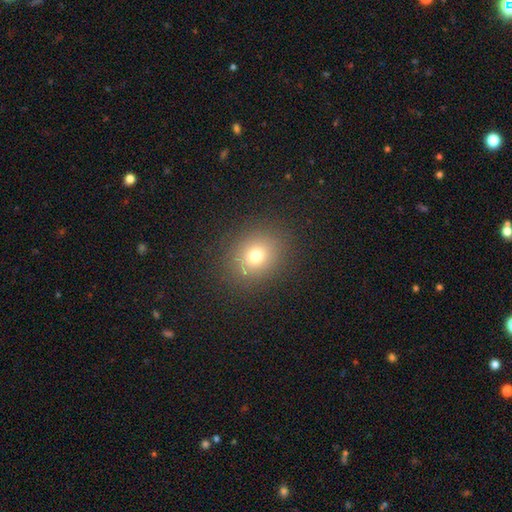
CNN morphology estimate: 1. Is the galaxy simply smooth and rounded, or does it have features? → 74% smooth, 16% star or artifact, 10% featured or disk.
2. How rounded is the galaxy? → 64% round, 35% in between, 1% cigar-shaped.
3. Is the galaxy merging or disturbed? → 85% none, 9% minor disturbance, 4% major disturbance, 2% merger.